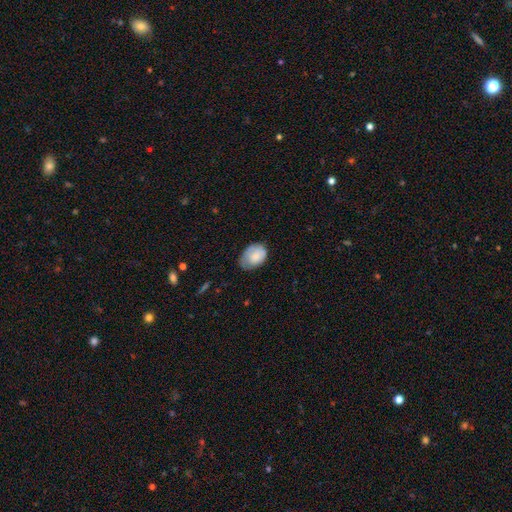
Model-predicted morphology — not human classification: smooth 76%, featured or disk 17%, star or artifact 7%. Down the decision tree: how rounded — in between (79%); merging — none (51%).